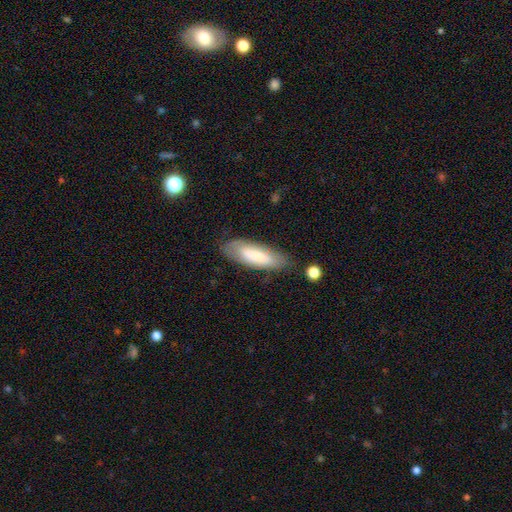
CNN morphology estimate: This appears to be a smooth galaxy with no disk features (73%) that is in between round and cigar-shaped (58%). Merging: none (75%).